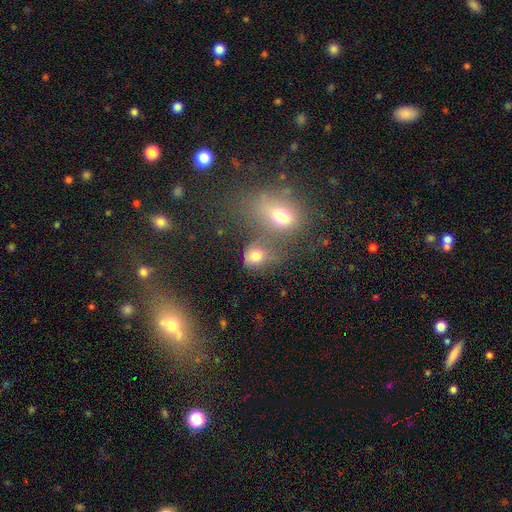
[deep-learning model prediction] A smooth galaxy with no disk features (71%) that is round (55%). Merging: merger (46%).